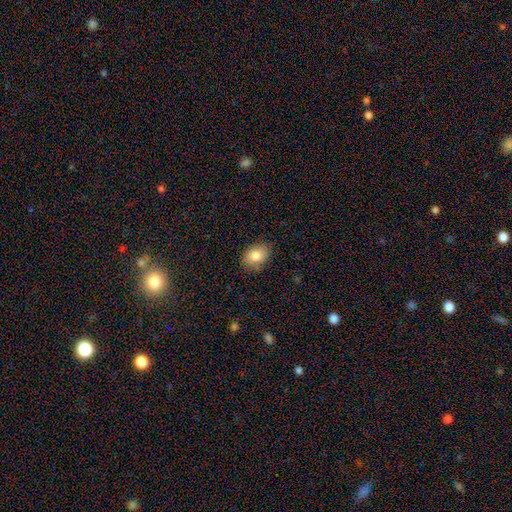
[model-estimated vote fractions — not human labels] Smooth or featured? smooth (83%)
How rounded? in between (78%)
Merging? none (83%)